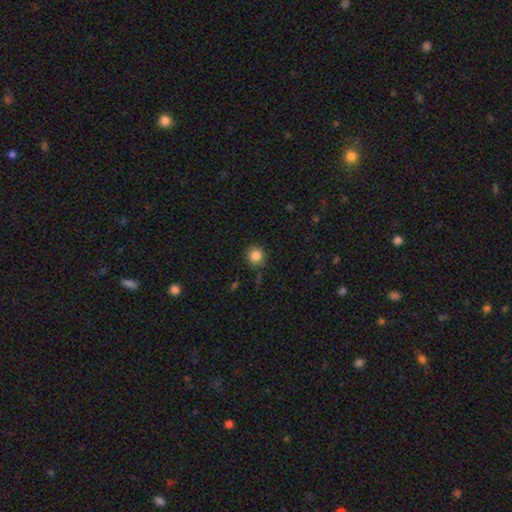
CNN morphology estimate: This is clearly a smooth galaxy (85%). How rounded: clearly round (90%). Merging: clearly none (86%).